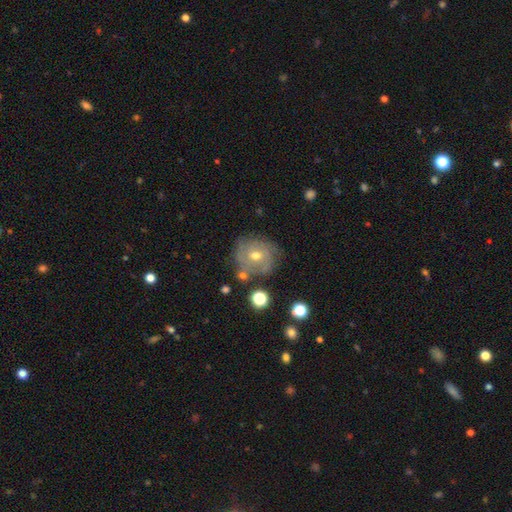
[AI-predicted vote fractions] smooth_or_featured: featured or disk (p=0.58) [alt: smooth p=0.31]
disk_edge_on: no (p=0.96) [alt: yes p=0.04]
bar: no (p=0.75) [alt: weak p=0.21]
has_spiral_arms: yes (p=0.76) [alt: no p=0.24]
bulge_size: moderate (p=0.67) [alt: small p=0.29]
merging: none (p=0.66) [alt: minor disturbance p=0.20]